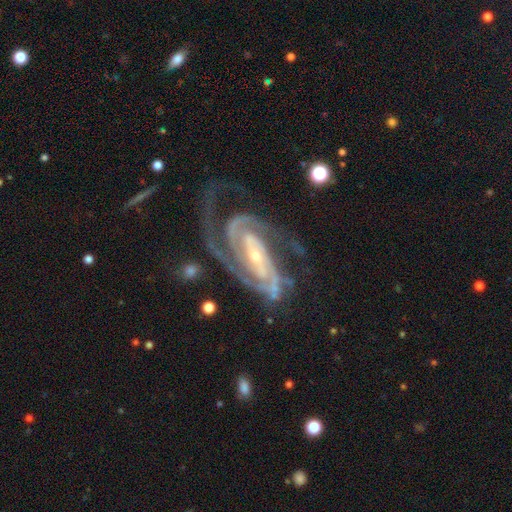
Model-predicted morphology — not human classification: smooth_or_featured: featured or disk (p=0.93) [alt: star or artifact p=0.04]
disk_edge_on: no (p=0.96) [alt: yes p=0.04]
bar: strong (p=0.38) [alt: no p=0.31]
has_spiral_arms: yes (p=0.99) [alt: no p=0.01]
spiral_winding: tight (p=0.62) [alt: medium p=0.33]
spiral_arm_count: 2 (p=0.56) [alt: 3 p=0.22]
bulge_size: small (p=0.72) [alt: moderate p=0.24]
merging: none (p=0.60) [alt: minor disturbance p=0.20]